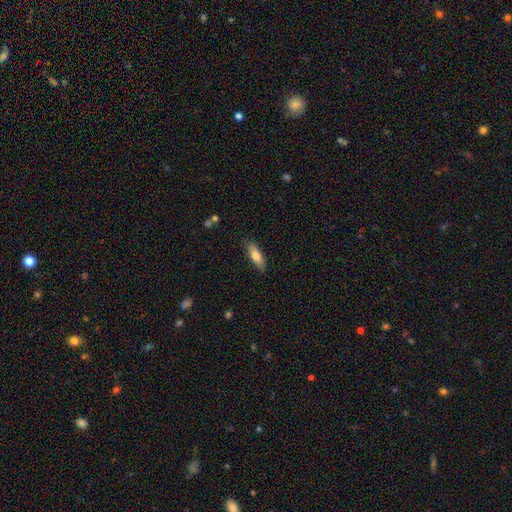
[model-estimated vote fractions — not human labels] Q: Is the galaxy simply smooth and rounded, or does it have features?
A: smooth — 73%.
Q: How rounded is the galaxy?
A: cigar-shaped — 49%, tied with in between.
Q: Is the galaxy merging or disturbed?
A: none — 86%.